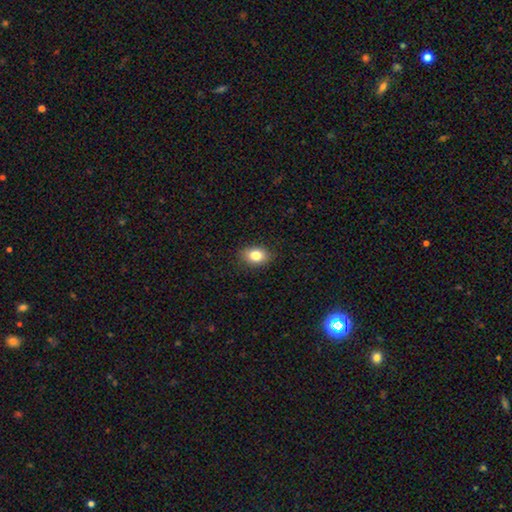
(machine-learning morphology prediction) smooth-or-featured: smooth: 82% | featured or disk: 9% | star or artifact: 9%
  how-rounded: in between: 79% | round: 19% | cigar-shaped: 1%
  merging: none: 87% | minor disturbance: 10% | major disturbance: 2% | merger: 1%